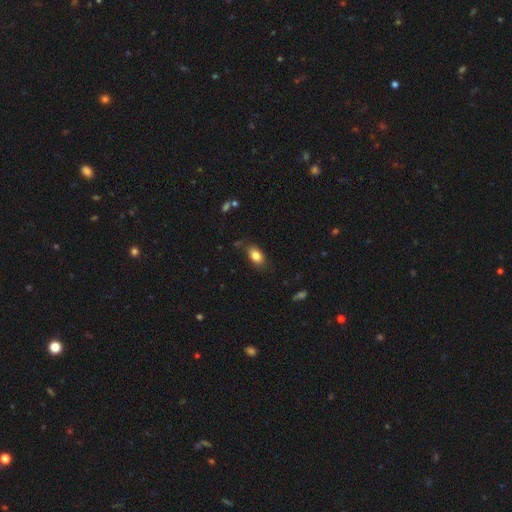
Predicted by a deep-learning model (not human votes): Morphology: type=smooth (82%); roundness=in between (88%); merging=none (81%).